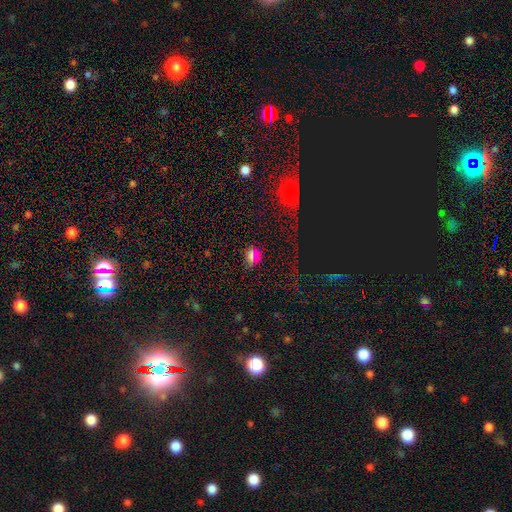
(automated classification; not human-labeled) smooth_or_featured: smooth (p=0.55) [alt: star or artifact p=0.33]
how_rounded: round (p=0.63) [alt: in between p=0.32]
merging: none (p=0.79) [alt: minor disturbance p=0.11]